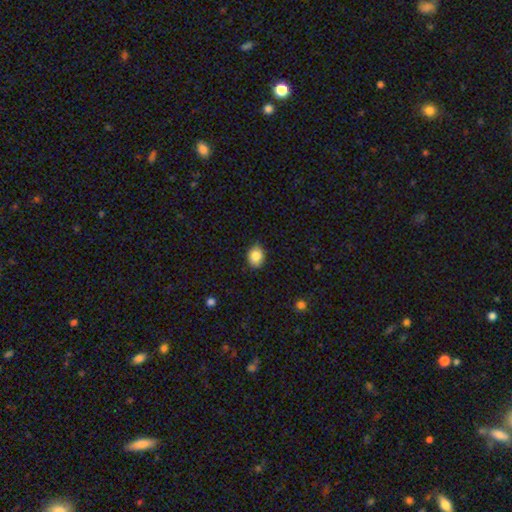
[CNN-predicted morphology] smooth_or_featured: smooth (p=0.85) [alt: star or artifact p=0.09]
how_rounded: in between (p=0.53) [alt: round p=0.46]
merging: none (p=0.83) [alt: minor disturbance p=0.14]